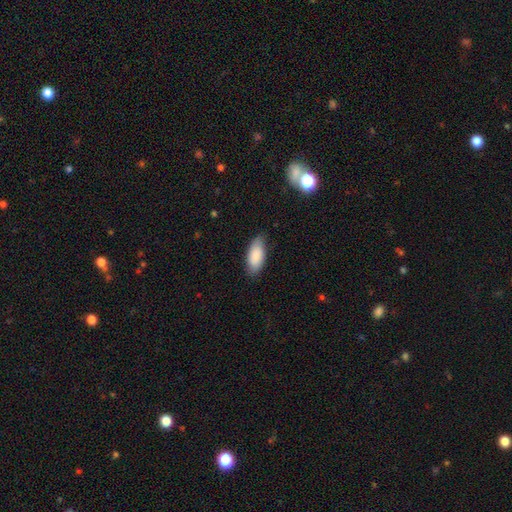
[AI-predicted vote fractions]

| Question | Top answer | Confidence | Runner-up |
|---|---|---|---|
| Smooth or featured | smooth | 86% | featured or disk (9%) |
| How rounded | in between | 89% | cigar-shaped (9%) |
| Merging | none | 78% | minor disturbance (18%) |